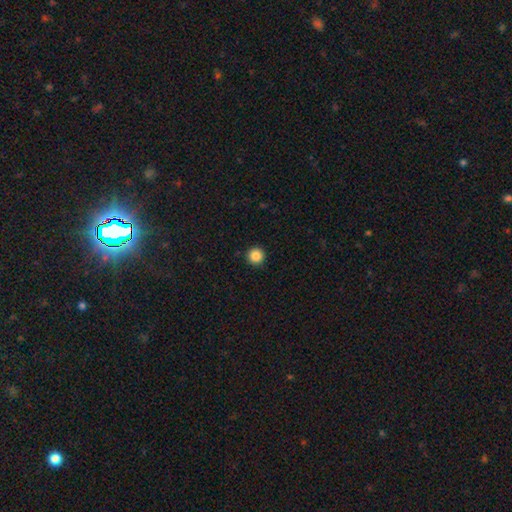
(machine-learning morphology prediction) smooth_or_featured: smooth (p=0.86) [alt: star or artifact p=0.10]
how_rounded: round (p=0.96) [alt: in between p=0.03]
merging: none (p=0.93) [alt: minor disturbance p=0.05]